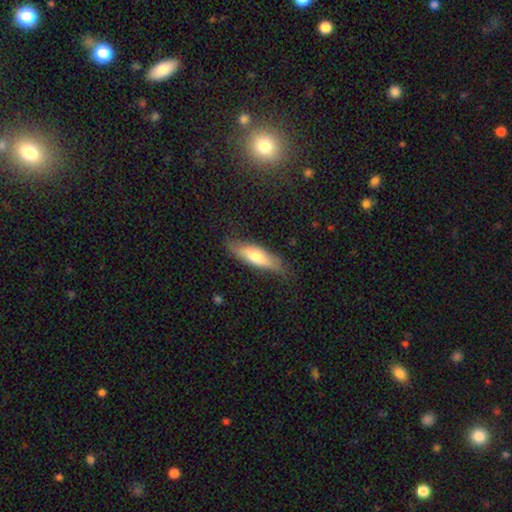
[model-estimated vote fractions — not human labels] Smooth or featured? smooth (61%)
How rounded? cigar-shaped (49%)
Merging? none (73%)